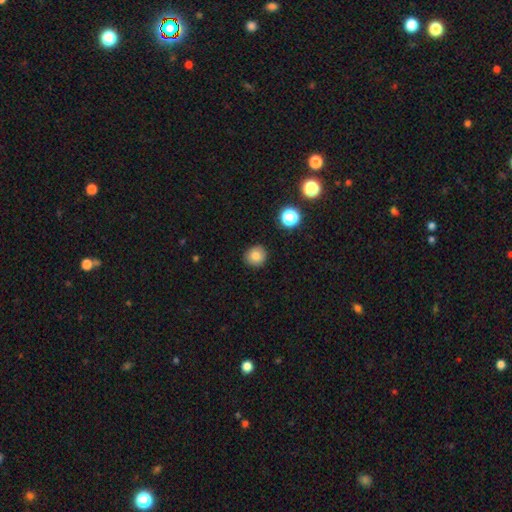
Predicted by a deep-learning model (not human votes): A smooth galaxy with no disk features (81%) that is round (90%). Merging: none (90%).